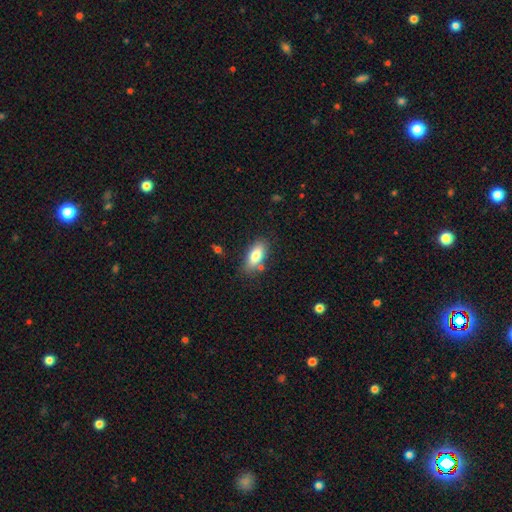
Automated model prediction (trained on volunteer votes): Smooth or featured? Predicted: smooth (p=0.80). How rounded? Predicted: in between (p=0.85). Merging? Predicted: none (p=0.78).